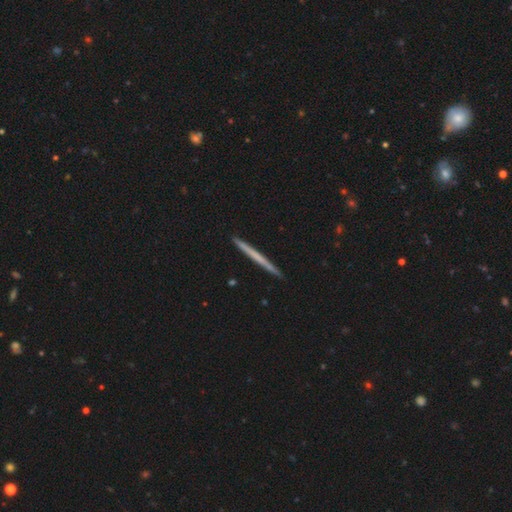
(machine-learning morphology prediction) This appears to be a smooth galaxy with no disk features (49%). Merging: none (93%).